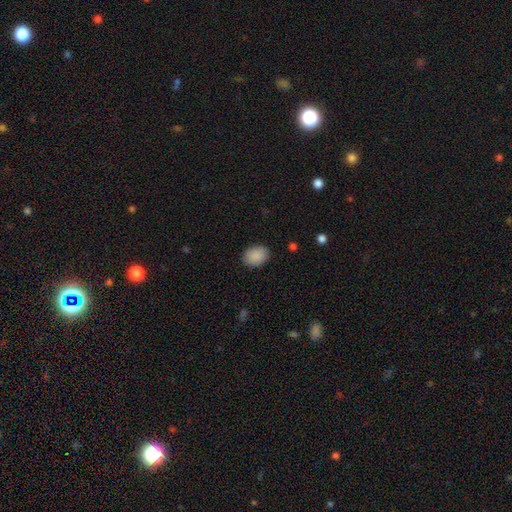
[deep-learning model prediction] Morphology: type=smooth (90%); roundness=in between (74%); merging=none (87%).